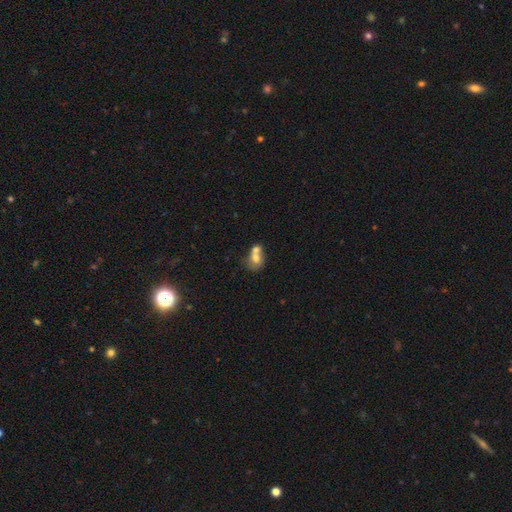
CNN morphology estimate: This is likely a smooth galaxy (66%). How rounded: possibly in between (55%). Merging: likely merger (70%).